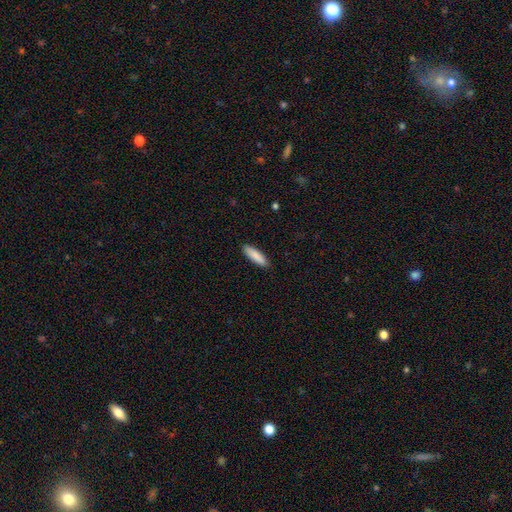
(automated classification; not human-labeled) smooth 88%, featured or disk 7%, star or artifact 5%. Down the decision tree: how rounded — cigar-shaped (66%); merging — none (90%).